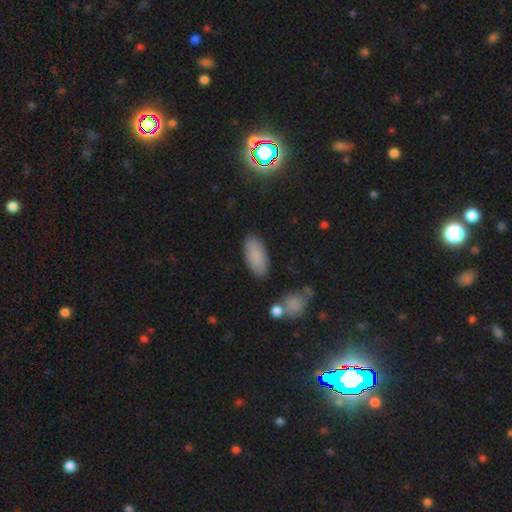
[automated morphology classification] type=smooth (85%); roundness=in between (91%); merging=none (85%).